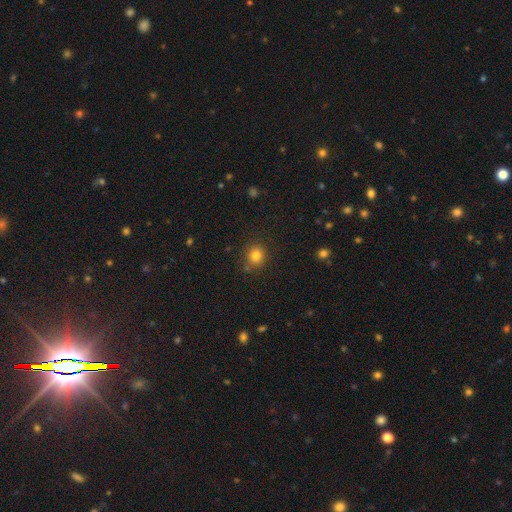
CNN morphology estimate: Smooth or featured? Predicted: smooth (p=0.82). How rounded? Predicted: round (p=0.82). Merging? Predicted: none (p=0.81).